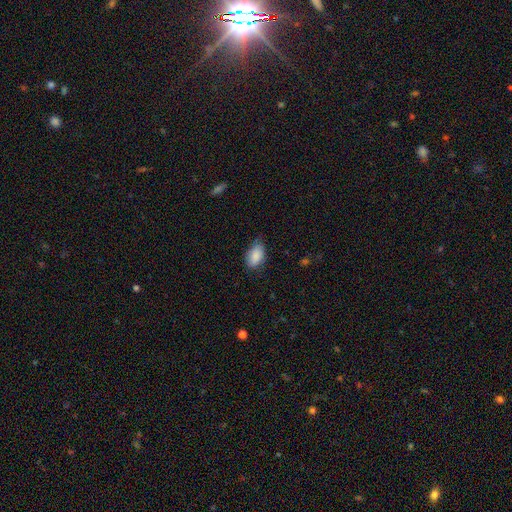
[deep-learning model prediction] The model was most divided on "merging": none: 64%, minor disturbance: 29%, major disturbance: 5%, merger: 1%. More confident: how rounded — in between (92%); smooth or featured — smooth (87%).